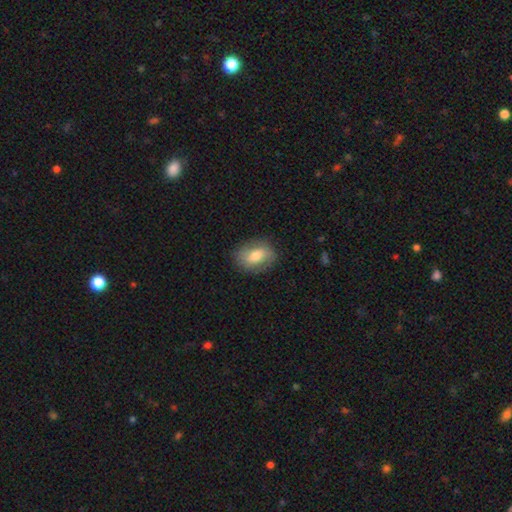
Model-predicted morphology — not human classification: Overall: smooth (65%; featured or disk 27%). How rounded: in between (68%; round 30%). Merging: none (81%).